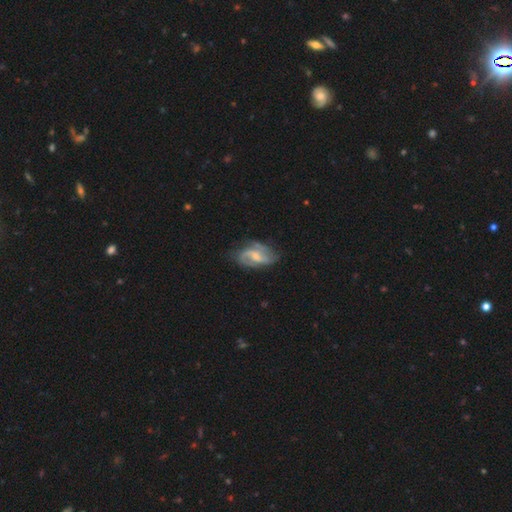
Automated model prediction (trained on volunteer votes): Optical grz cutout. It shows a featured or disk galaxy (80%) with a weak bar (51%), 2 (62%) medium (48%) spiral arms (93%) and a small central bulge (46%). Merging: none (60%).